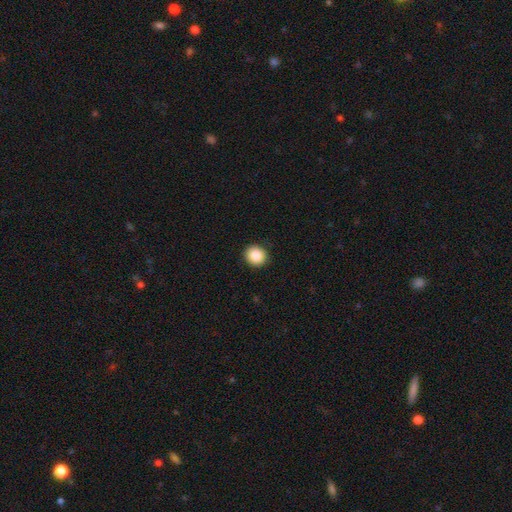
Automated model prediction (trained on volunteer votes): A smooth galaxy with no disk features (86%) that is round (89%).

Vote fractions:
- Smooth or featured? smooth: 86% / star or artifact: 9% / featured or disk: 5%
- How rounded? round: 89% / in between: 10% / cigar-shaped: 1%
- Merging? none: 92% / minor disturbance: 5% / major disturbance: 2% / merger: 1%